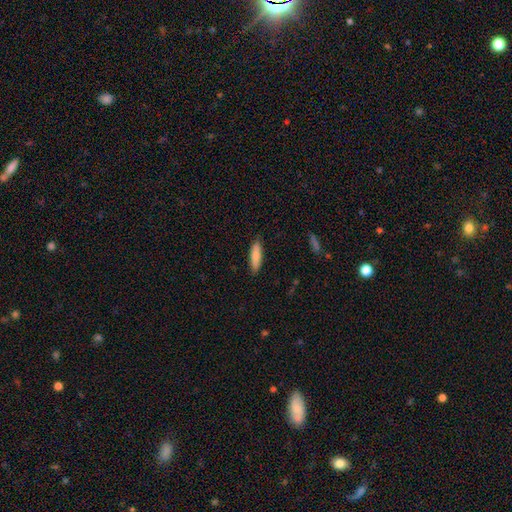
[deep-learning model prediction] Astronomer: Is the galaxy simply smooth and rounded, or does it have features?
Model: smooth — 83%.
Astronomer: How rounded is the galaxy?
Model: cigar-shaped — 66%.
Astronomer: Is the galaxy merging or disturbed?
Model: none — 87%.